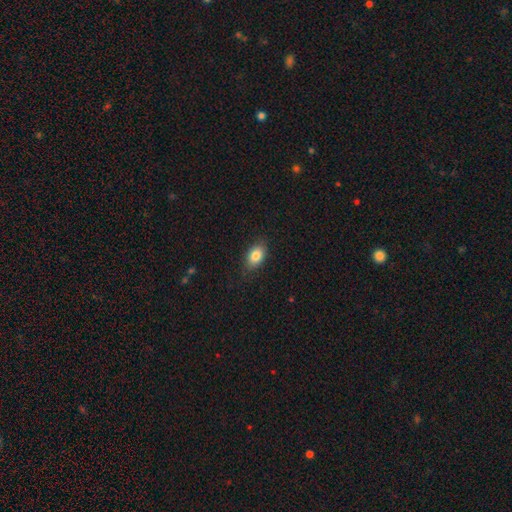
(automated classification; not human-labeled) smooth_or_featured: smooth (p=0.84) [alt: featured or disk p=0.09]
how_rounded: in between (p=0.85) [alt: round p=0.12]
merging: none (p=0.83) [alt: minor disturbance p=0.13]